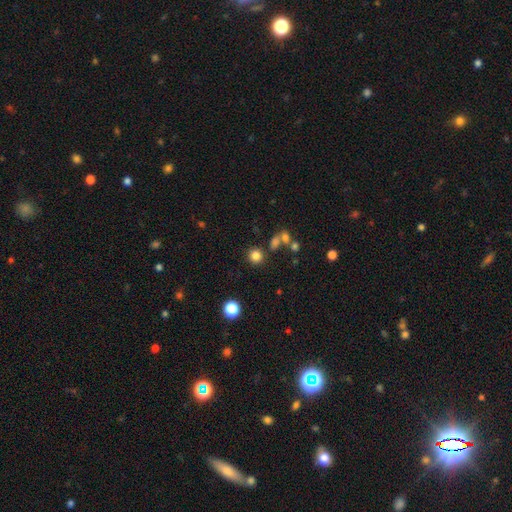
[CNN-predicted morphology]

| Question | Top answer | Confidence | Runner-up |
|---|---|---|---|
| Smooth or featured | smooth | 81% | star or artifact (14%) |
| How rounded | round | 90% | in between (9%) |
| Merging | none | 81% | minor disturbance (8%) |